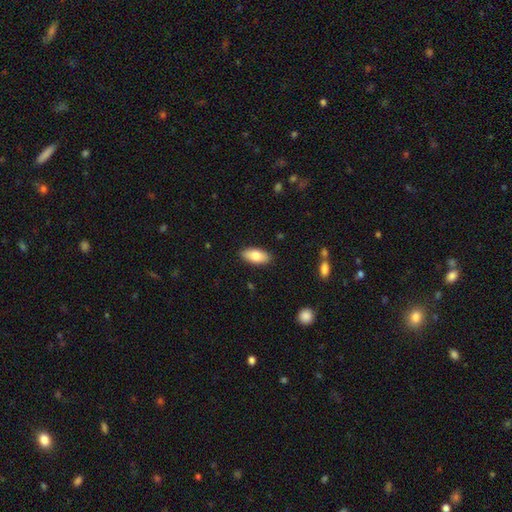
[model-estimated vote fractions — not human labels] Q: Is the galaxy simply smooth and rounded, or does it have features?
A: smooth — 80%.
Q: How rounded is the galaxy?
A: in between — 90%.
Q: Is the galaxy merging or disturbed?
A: none — 89%.